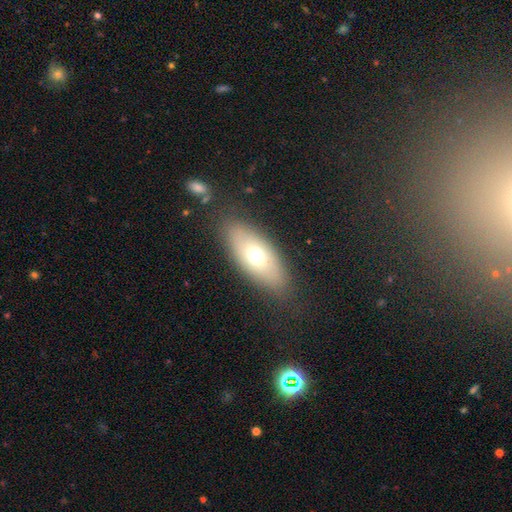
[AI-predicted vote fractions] Smooth or featured: smooth — 64% (featured or disk — 28%)
How rounded: in between — 81% (cigar-shaped — 16%)
Merging: none — 82% (minor disturbance — 12%)